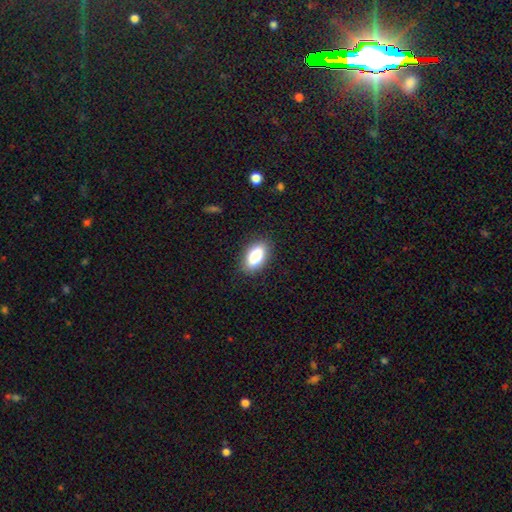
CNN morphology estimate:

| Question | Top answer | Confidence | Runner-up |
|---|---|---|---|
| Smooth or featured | smooth | 84% | featured or disk (8%) |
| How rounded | in between | 90% | cigar-shaped (6%) |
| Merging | none | 87% | minor disturbance (9%) |